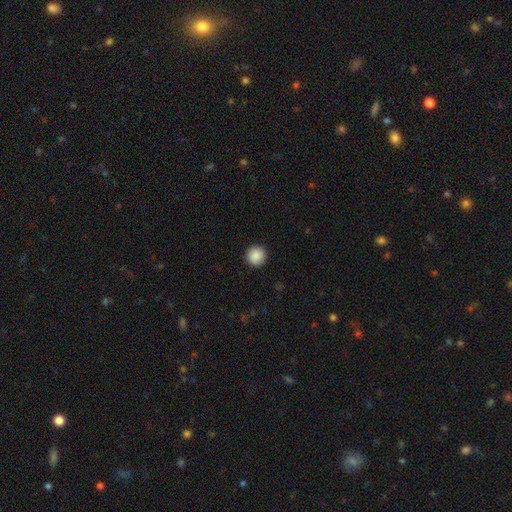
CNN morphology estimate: A smooth galaxy with no disk features (88%) that is round (95%).

Vote fractions:
- Smooth or featured? smooth: 88% / star or artifact: 8% / featured or disk: 3%
- How rounded? round: 95% / in between: 4% / cigar-shaped: 1%
- Merging? none: 92% / minor disturbance: 6% / major disturbance: 2% / merger: 1%